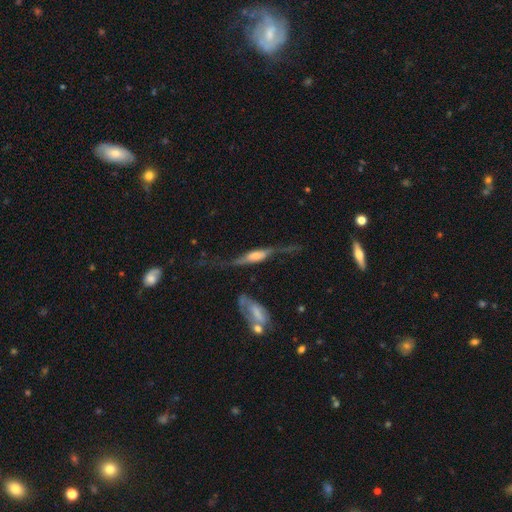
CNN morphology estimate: A featured or disk galaxy (76%) viewed edge-on (72%) with a rounded central bulge (54%). Merging: none (45%).